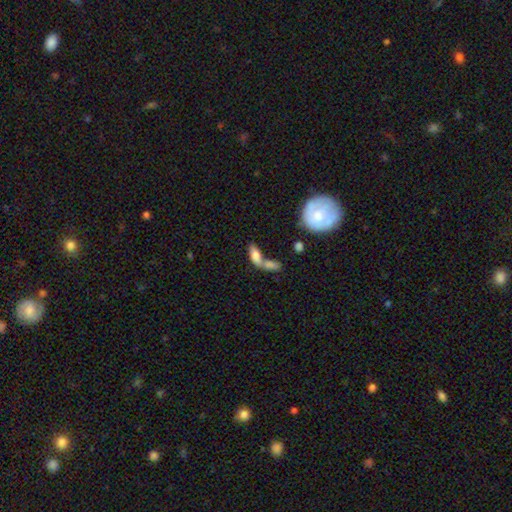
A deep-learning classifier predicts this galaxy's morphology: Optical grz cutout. It shows a smooth galaxy with no disk features (72%) that is in between round and cigar-shaped (78%). Merging: merger (63%).